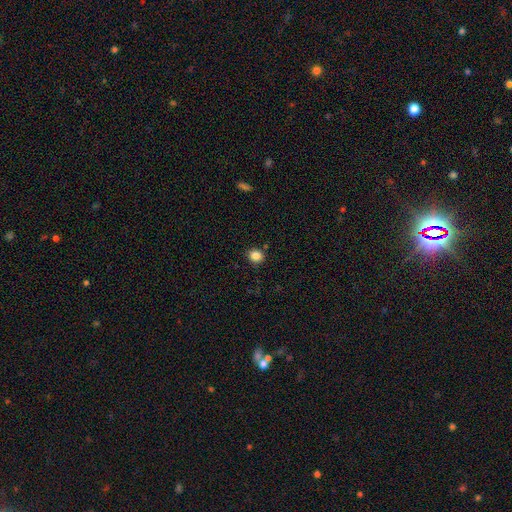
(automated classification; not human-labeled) Smooth or featured? smooth (85%)
How rounded? round (75%)
Merging? none (88%)